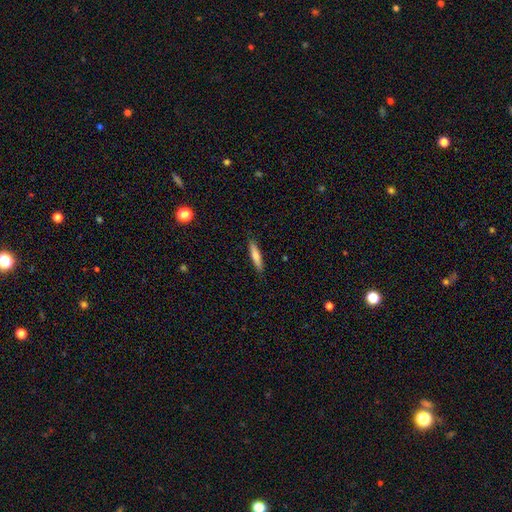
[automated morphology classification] smooth_or_featured: smooth (p=0.70) [alt: featured or disk p=0.24]
how_rounded: cigar-shaped (p=0.85) [alt: in between p=0.13]
merging: none (p=0.89) [alt: minor disturbance p=0.08]